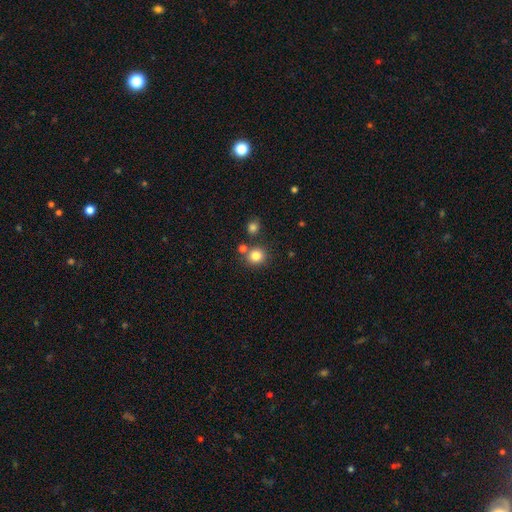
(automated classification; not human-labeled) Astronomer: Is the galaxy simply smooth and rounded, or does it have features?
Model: smooth — 83%.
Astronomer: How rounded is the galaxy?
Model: round — 89%.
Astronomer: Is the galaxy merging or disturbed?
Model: none — 76%.